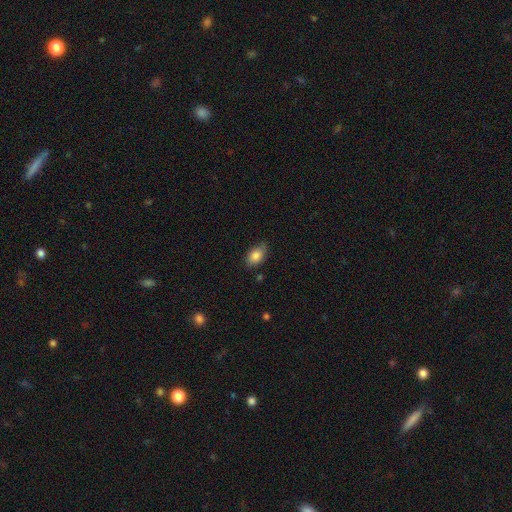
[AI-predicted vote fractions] This is clearly a smooth galaxy (84%). How rounded: clearly in between (89%). Merging: likely none (72%).